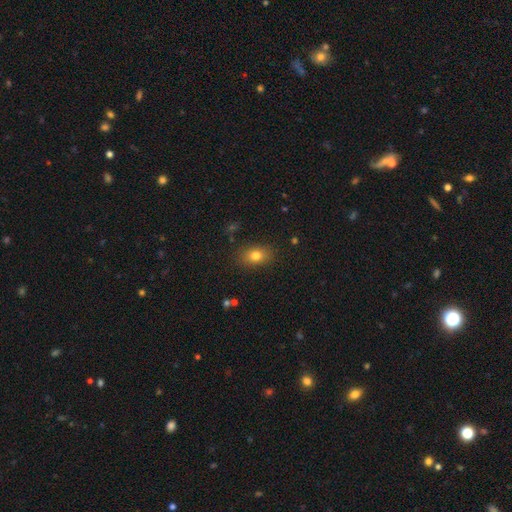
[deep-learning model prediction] smooth_or_featured: smooth (p=0.78) [alt: star or artifact p=0.12]
how_rounded: in between (p=0.73) [alt: round p=0.25]
merging: none (p=0.85) [alt: minor disturbance p=0.10]